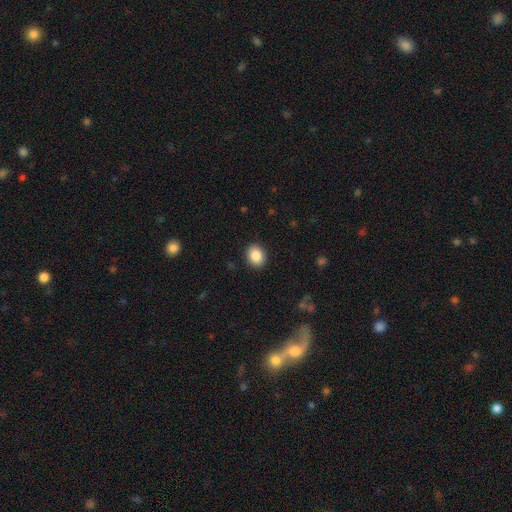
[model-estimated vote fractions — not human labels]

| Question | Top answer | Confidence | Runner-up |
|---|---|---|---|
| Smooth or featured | smooth | 87% | star or artifact (8%) |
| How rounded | round | 51% | in between (48%) |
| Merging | none | 91% | minor disturbance (6%) |